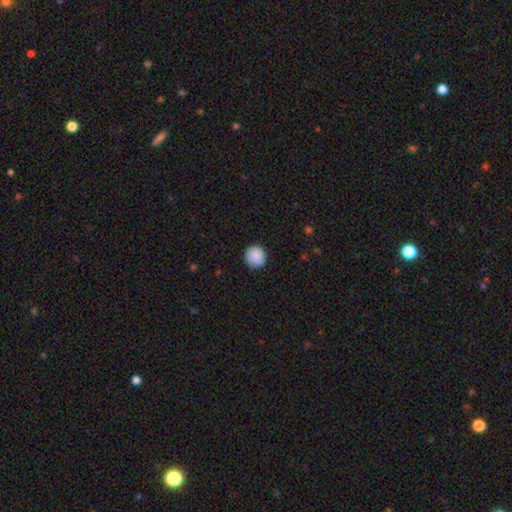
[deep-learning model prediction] A smooth galaxy with no disk features (89%) that is round (90%). Merging: none (85%).